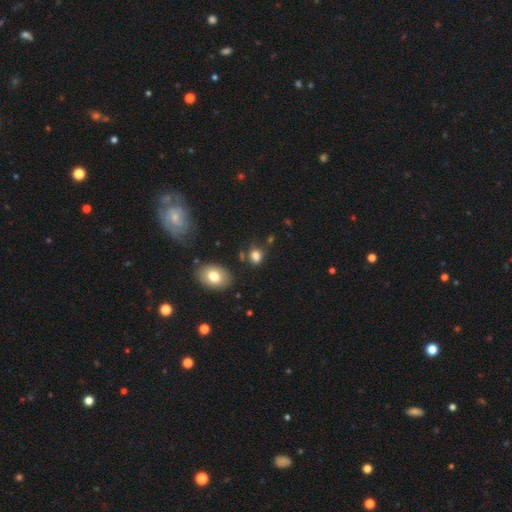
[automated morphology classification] The model was most divided on "how rounded": in between: 54%, round: 44%, cigar-shaped: 2%. More confident: smooth or featured — smooth (79%); merging — none (66%).